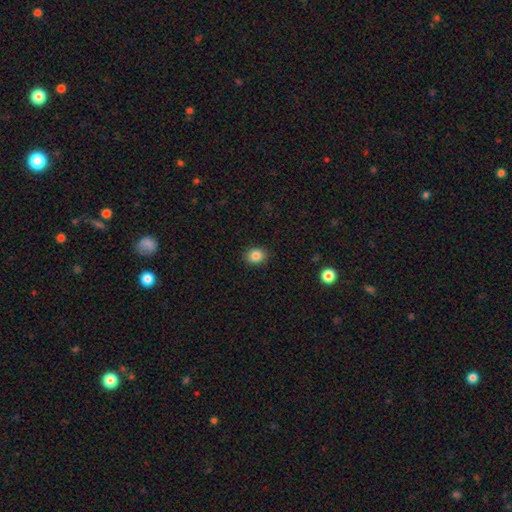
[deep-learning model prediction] smooth-or-featured: smooth: 85% | star or artifact: 10% | featured or disk: 5%
  how-rounded: round: 60% | in between: 39% | cigar-shaped: 1%
  merging: none: 90% | minor disturbance: 7% | major disturbance: 2% | merger: 1%